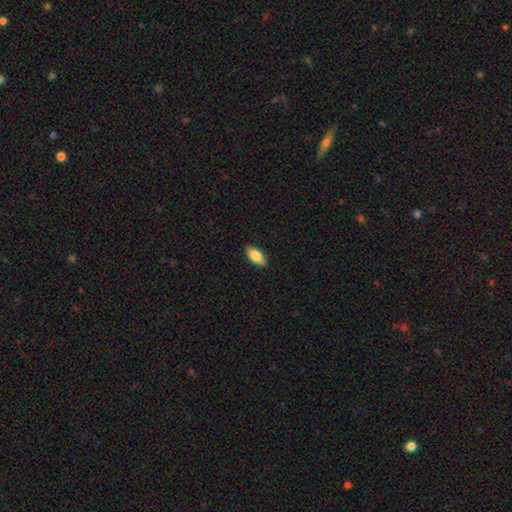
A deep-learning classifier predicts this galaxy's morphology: smooth 83%, featured or disk 11%, star or artifact 6%. Down the decision tree: how rounded — in between (89%); merging — none (90%).